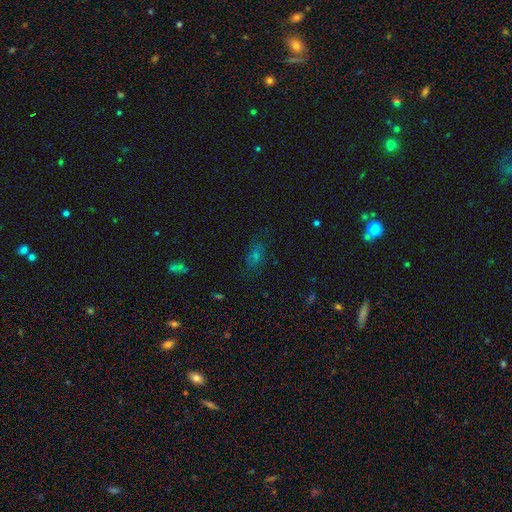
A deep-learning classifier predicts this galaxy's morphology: A smooth galaxy with no disk features (45%). Merging: none (76%).